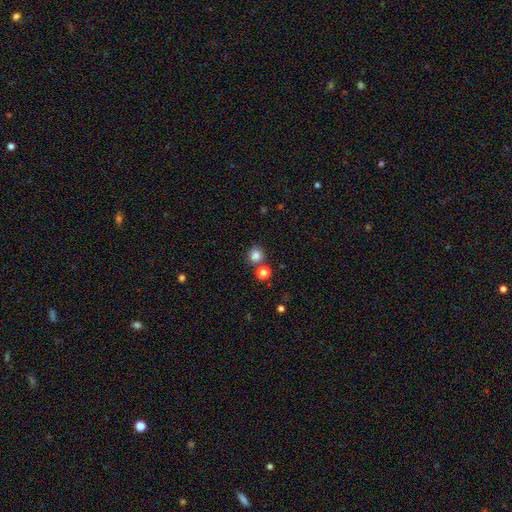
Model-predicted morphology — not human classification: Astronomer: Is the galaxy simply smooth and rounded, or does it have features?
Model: smooth — 82%.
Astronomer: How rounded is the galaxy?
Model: round — 89%.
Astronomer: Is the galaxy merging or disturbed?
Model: none — 77%.